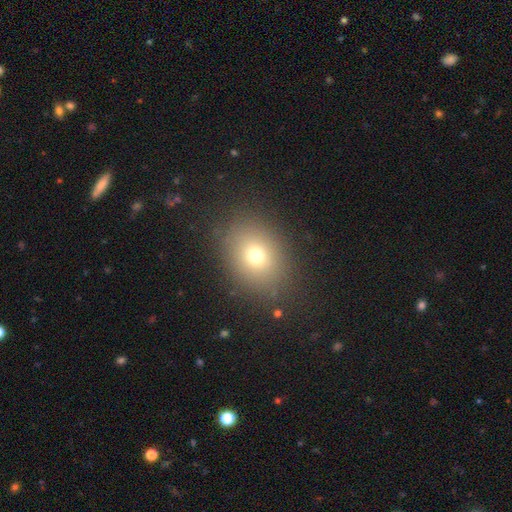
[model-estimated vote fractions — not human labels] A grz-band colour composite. It shows a smooth galaxy with no disk features (72%) that is in between round and cigar-shaped (54%). Merging: none (84%).